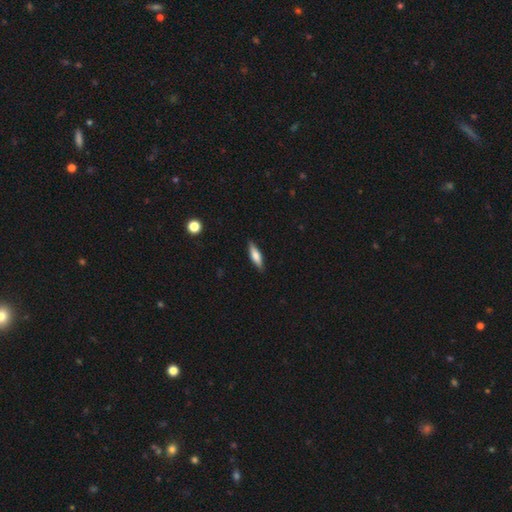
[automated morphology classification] A smooth galaxy with no disk features (65%) that is cigar-shaped (61%).

Vote fractions:
- Smooth or featured? smooth: 65% / featured or disk: 29% / star or artifact: 6%
- How rounded? cigar-shaped: 61% / in between: 37% / round: 2%
- Merging? none: 87% / minor disturbance: 10% / major disturbance: 2% / merger: 1%